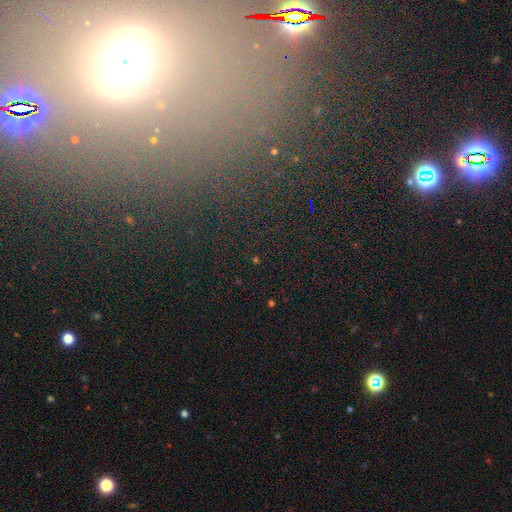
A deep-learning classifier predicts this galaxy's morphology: star or artifact 64%, smooth 19%, featured or disk 17%.